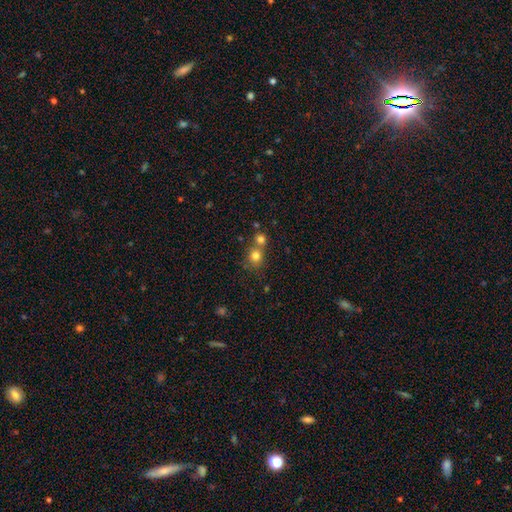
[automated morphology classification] Smooth or featured? Predicted: smooth (p=0.78). How rounded? Predicted: round (p=0.84). Merging? Predicted: none (p=0.49).